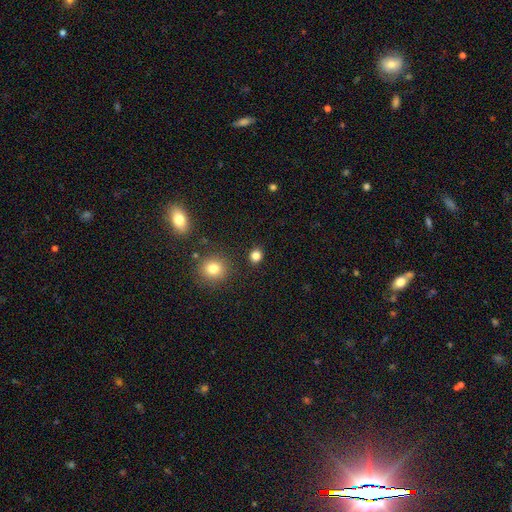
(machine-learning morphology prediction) Smooth or featured? smooth (82%)
How rounded? round (76%)
Merging? none (88%)